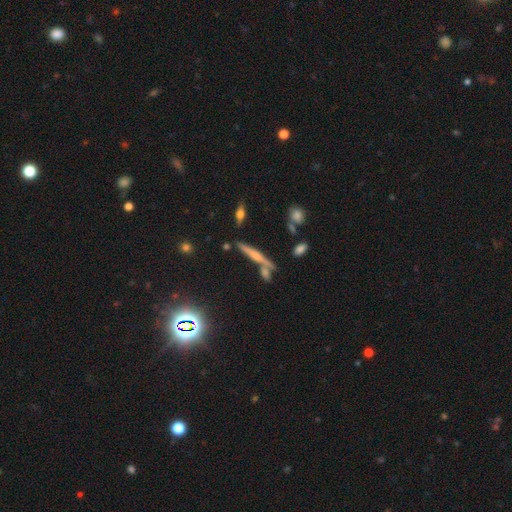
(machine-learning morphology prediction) featured or disk 43%, smooth 42%, star or artifact 15%. Down the decision tree: merging — none (63%).